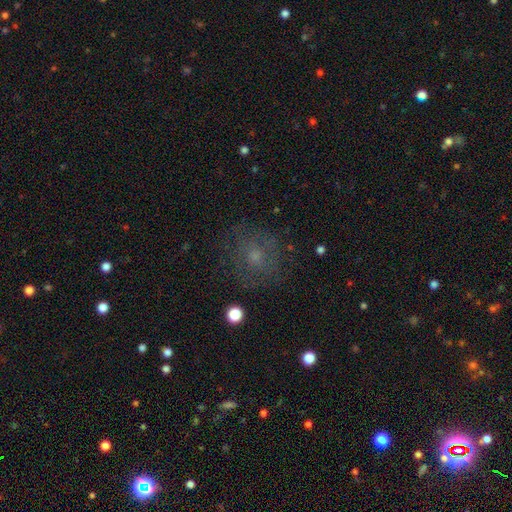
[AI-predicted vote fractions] Smooth or featured? smooth (44%)
Merging? none (75%)